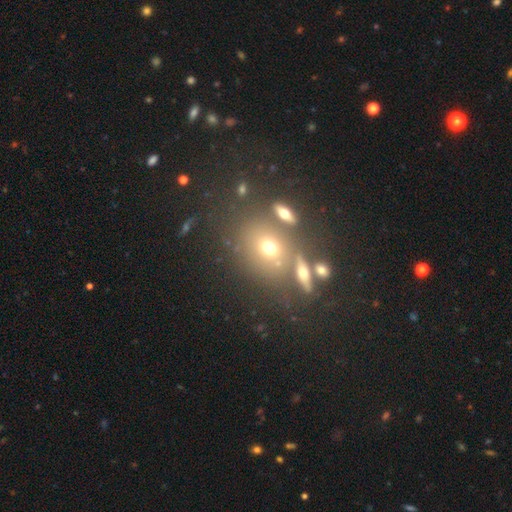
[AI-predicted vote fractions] smooth-or-featured: star or artifact: 41% (tied) | smooth: 41% (tied) | featured or disk: 18%